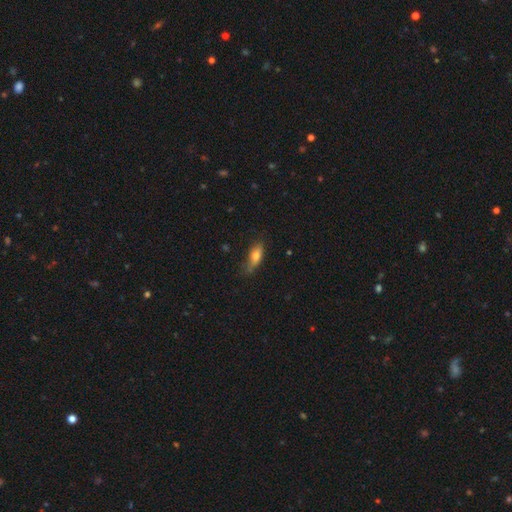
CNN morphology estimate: Smooth or featured? smooth (71%)
How rounded? in between (67%)
Merging? none (62%)